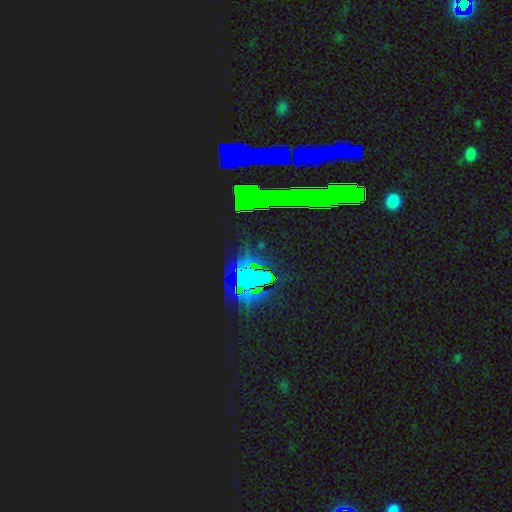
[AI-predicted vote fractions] This appears to be a star or artifact, not a galaxy (81%).